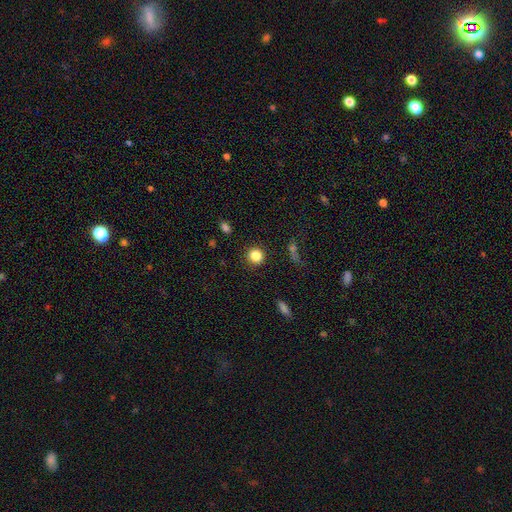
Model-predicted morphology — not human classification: type=smooth (84%); roundness=round (91%); merging=none (90%).